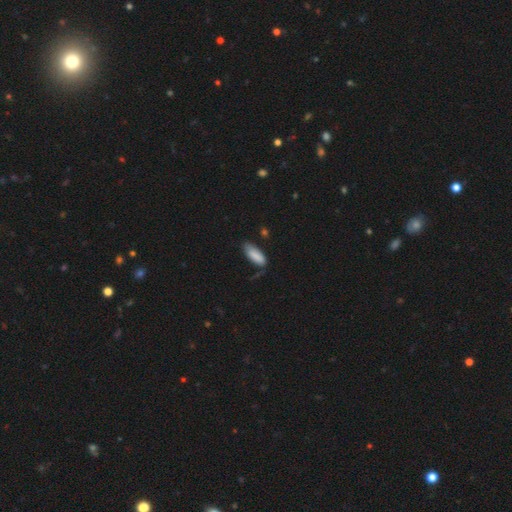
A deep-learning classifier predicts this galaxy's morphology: Smooth or featured? Predicted: smooth (p=0.87). How rounded? Predicted: in between (p=0.74). Merging? Predicted: none (p=0.62).